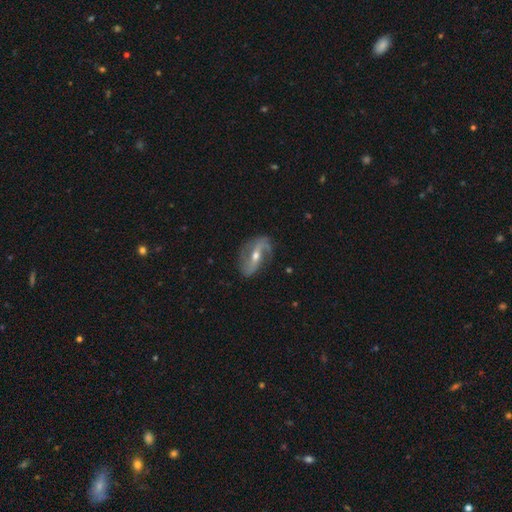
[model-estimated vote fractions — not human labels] The model was most divided on "bar": strong: 48%, weak: 31%, no: 21%. More confident: spiral arms — yes (93%); edge-on disk — no (93%); spiral arm count — 2 (89%); smooth or featured — featured or disk (85%); merging — none (76%); bulge size — moderate (59%); spiral winding — loose (57%).